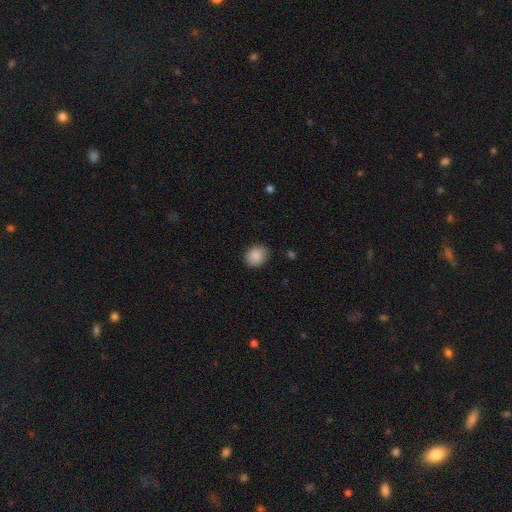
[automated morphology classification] The model was most divided on "how rounded": round: 58%, in between: 41%, cigar-shaped: 1%. More confident: smooth or featured — smooth (88%); merging — none (81%).